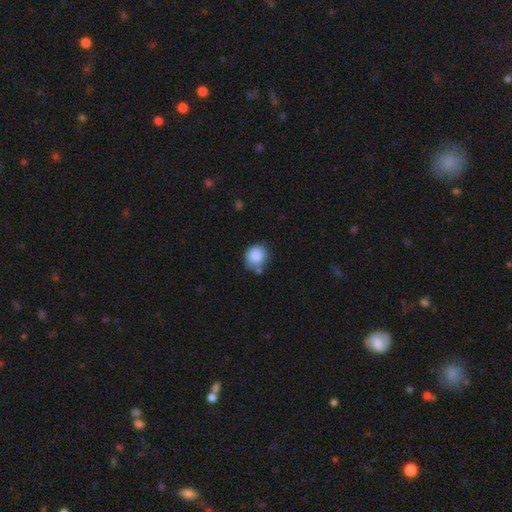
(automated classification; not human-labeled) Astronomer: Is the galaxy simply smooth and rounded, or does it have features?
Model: smooth — 87%.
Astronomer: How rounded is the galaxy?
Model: round — 84%.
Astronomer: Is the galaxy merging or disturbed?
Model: none — 67%.